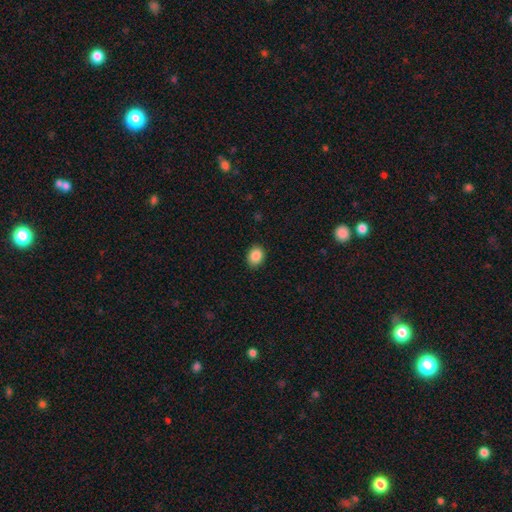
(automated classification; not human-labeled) This appears to be a smooth galaxy with no disk features (88%) that is in between round and cigar-shaped (54%). Merging: none (89%).